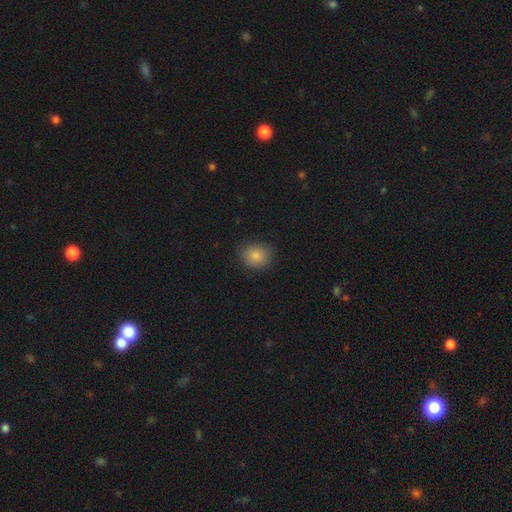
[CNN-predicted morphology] This appears to be a smooth galaxy with no disk features (84%) that is round (75%). Merging: none (86%).